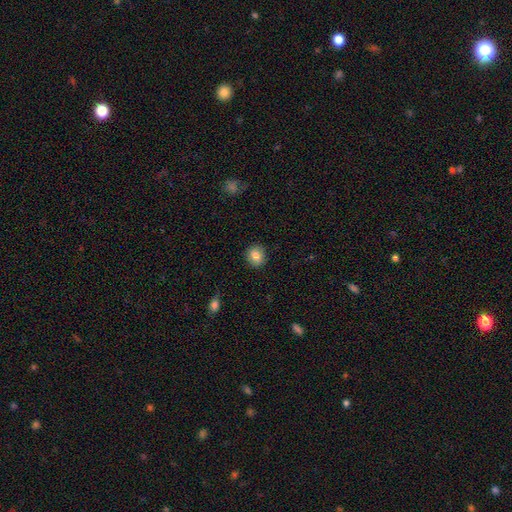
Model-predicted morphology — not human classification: Smooth or featured? smooth (84%)
How rounded? round (82%)
Merging? none (89%)